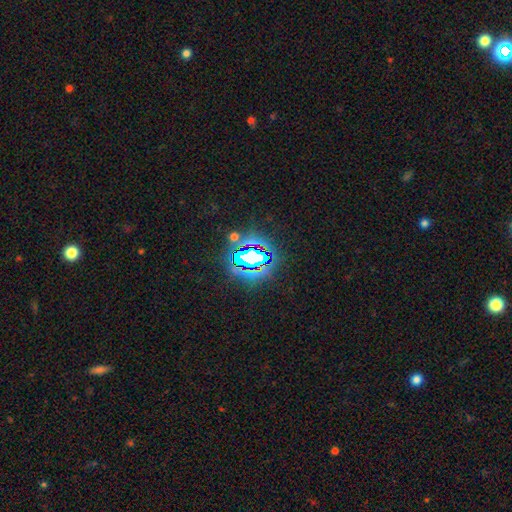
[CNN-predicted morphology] This is likely a star or artifact rather than a galaxy (70%).